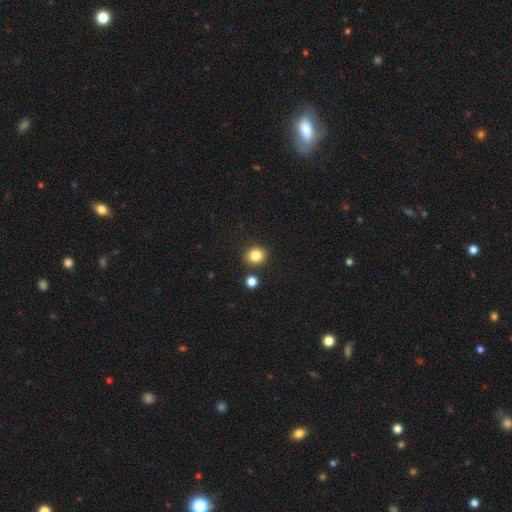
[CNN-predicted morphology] This is clearly a smooth galaxy (85%). How rounded: clearly round (84%). Merging: clearly none (86%).